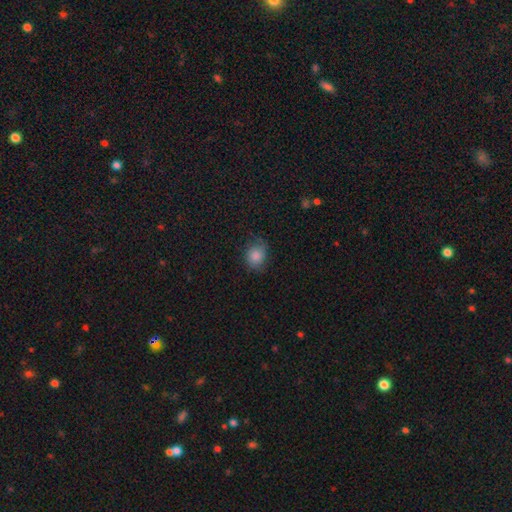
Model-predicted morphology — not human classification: This is likely a smooth galaxy (75%). How rounded: possibly round (60%). Merging: likely none (61%).